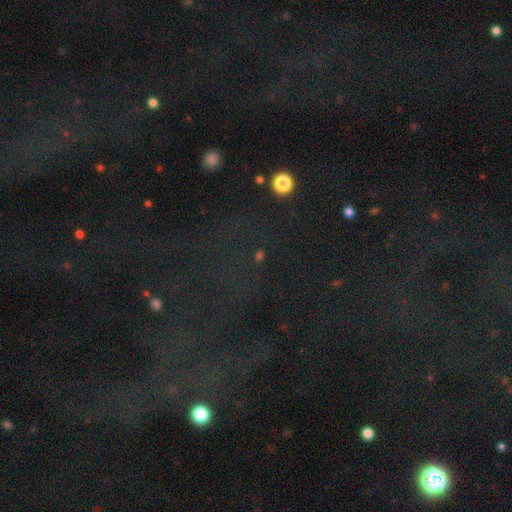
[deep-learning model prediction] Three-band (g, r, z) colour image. It shows a star or artifact, not a galaxy (70%).